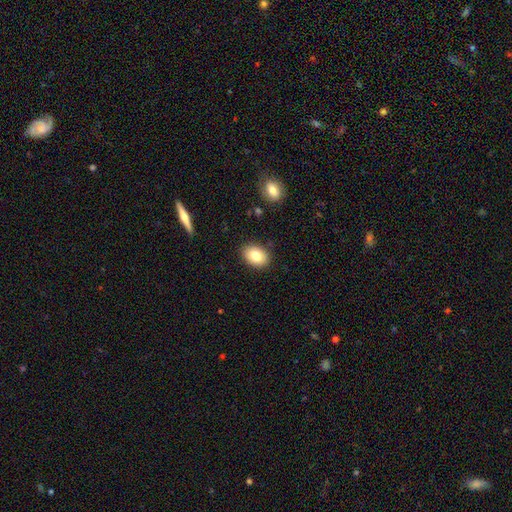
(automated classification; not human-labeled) Q: Smooth or featured?
A: smooth (82%); runner-up: featured or disk (10%)
Q: How rounded?
A: in between (74%); runner-up: round (25%)
Q: Merging?
A: none (86%); runner-up: minor disturbance (10%)